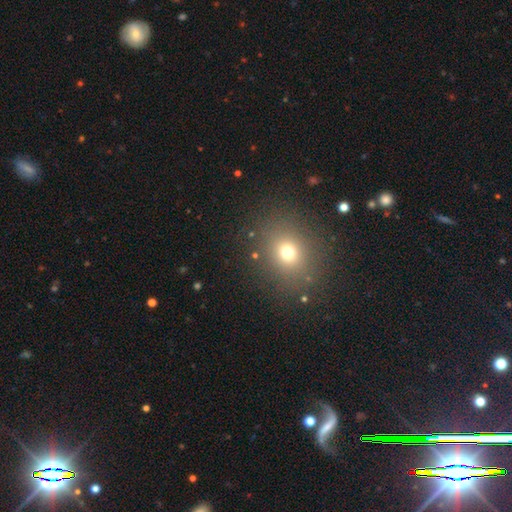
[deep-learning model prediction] The model was most divided on "smooth or featured": smooth: 66%, star or artifact: 25%, featured or disk: 10%. More confident: merging — none (87%); how rounded — round (70%).